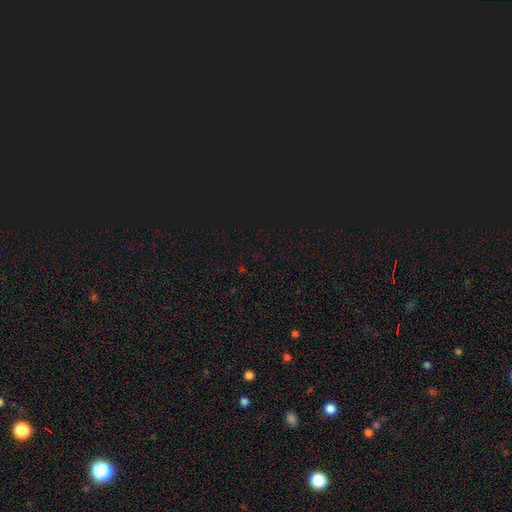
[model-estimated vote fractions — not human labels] Q: Smooth or featured?
A: star or artifact (74%); runner-up: smooth (19%)